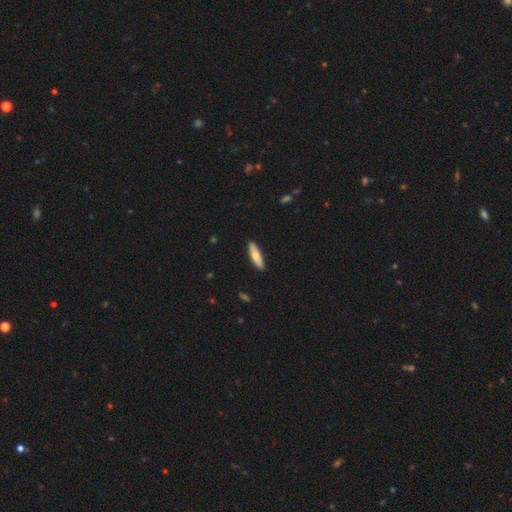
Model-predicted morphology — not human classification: smooth_or_featured: smooth (p=0.72) [alt: featured or disk p=0.22]
how_rounded: cigar-shaped (p=0.65) [alt: in between p=0.33]
merging: none (p=0.90) [alt: minor disturbance p=0.08]